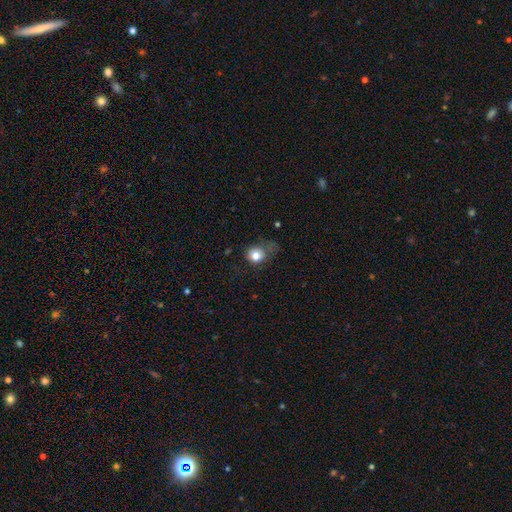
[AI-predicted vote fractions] Smooth or featured: smooth — 80% (star or artifact — 11%)
How rounded: round — 77% (in between — 22%)
Merging: none — 48% (minor disturbance — 28%)